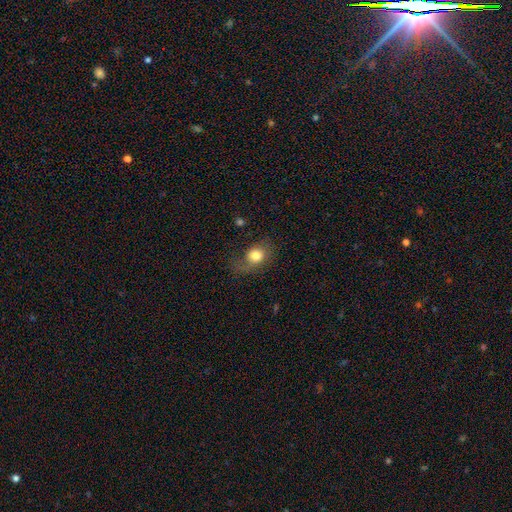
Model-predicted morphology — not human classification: smooth-or-featured: smooth: 74% | featured or disk: 17% | star or artifact: 9%
  how-rounded: in between: 50% | round: 48% | cigar-shaped: 1%
  merging: none: 48% | minor disturbance: 25% | major disturbance: 24% | merger: 2%